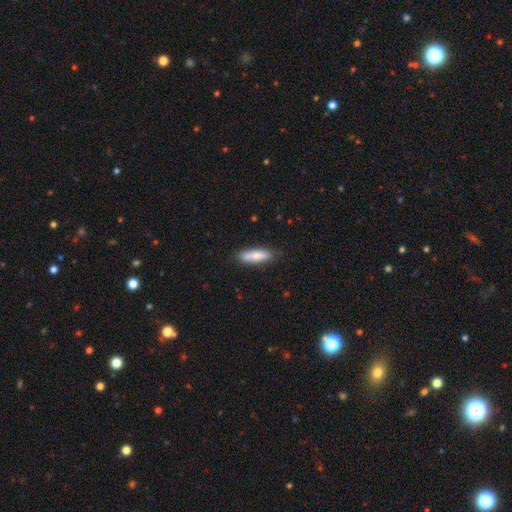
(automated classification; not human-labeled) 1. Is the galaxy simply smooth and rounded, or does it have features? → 79% smooth, 15% featured or disk, 6% star or artifact.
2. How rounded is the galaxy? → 55% cigar-shaped, 43% in between, 2% round.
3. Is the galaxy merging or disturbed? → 85% none, 12% minor disturbance, 2% major disturbance, 1% merger.